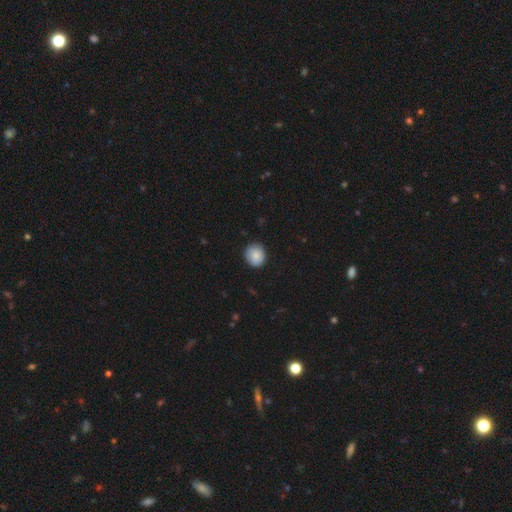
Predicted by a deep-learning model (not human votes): This is clearly a smooth galaxy (86%). How rounded: clearly round (84%). Merging: clearly none (87%).